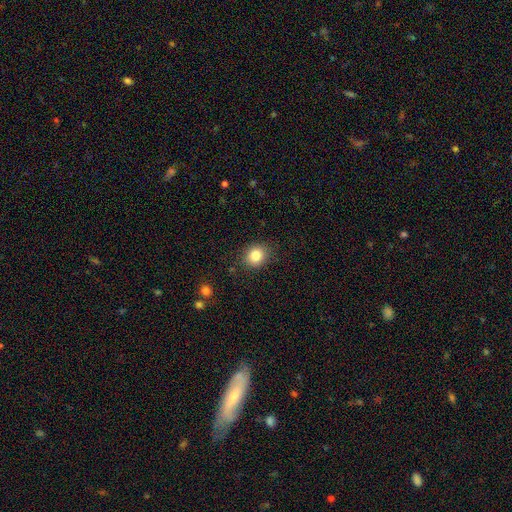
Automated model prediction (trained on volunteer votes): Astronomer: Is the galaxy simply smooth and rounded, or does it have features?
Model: smooth — 83%.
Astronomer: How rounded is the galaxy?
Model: round — 66%.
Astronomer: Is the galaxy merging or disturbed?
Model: none — 87%.